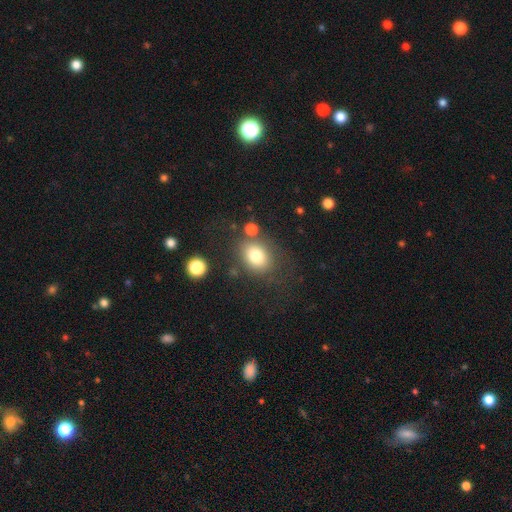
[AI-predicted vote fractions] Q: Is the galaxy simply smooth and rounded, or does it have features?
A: smooth — 78%.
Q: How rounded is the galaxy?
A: in between — 57%.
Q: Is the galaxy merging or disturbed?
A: none — 66%.